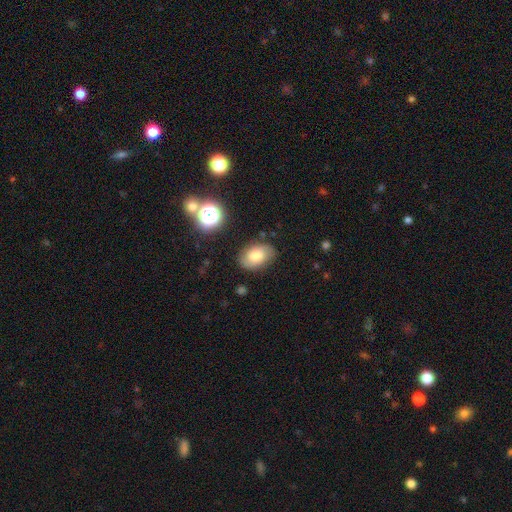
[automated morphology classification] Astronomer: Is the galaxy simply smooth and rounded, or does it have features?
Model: smooth — 66%.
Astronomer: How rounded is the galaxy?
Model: in between — 86%.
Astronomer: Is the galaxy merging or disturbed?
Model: none — 79%.